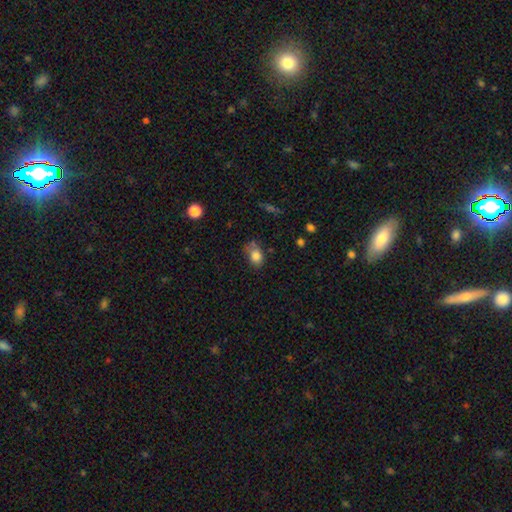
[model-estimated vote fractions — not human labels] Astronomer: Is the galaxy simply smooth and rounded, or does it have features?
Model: smooth — 82%.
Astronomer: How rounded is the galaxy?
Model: in between — 68%.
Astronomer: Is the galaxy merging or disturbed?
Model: none — 52% (runner-up: minor disturbance, 31%).